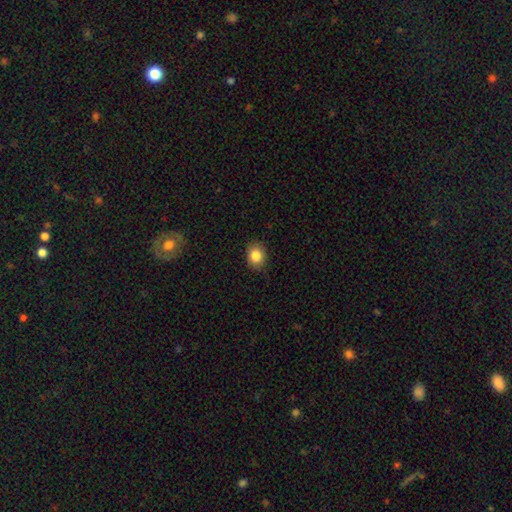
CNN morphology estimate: type=smooth (85%); roundness=in between (51%); merging=none (87%).